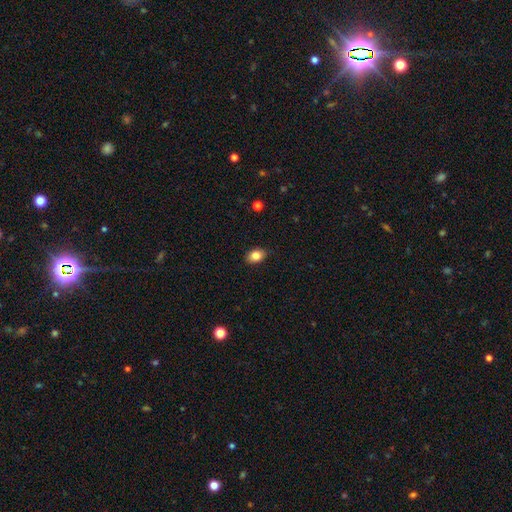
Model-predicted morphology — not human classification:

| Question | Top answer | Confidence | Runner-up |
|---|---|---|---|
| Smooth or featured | smooth | 84% | star or artifact (9%) |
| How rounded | in between | 79% | round (20%) |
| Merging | none | 85% | minor disturbance (12%) |